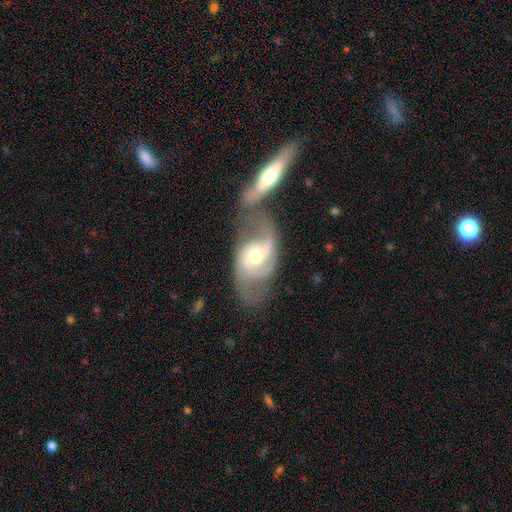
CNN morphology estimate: type=featured or disk (85%); edge-on=no (96%); bar=no (49%); spiral arms=yes (95%); winding=medium (49%); arm count=2 (72%); bulge=moderate (67%); merging=merger (47%).